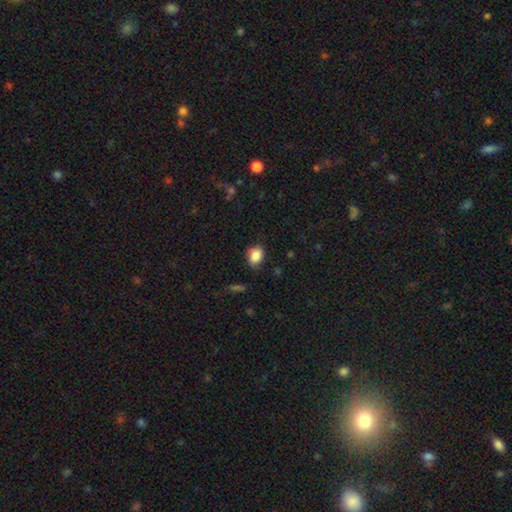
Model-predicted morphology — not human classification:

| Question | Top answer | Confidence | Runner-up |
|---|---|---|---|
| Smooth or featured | smooth | 86% | star or artifact (8%) |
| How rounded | in between | 60% | round (39%) |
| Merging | none | 76% | minor disturbance (19%) |